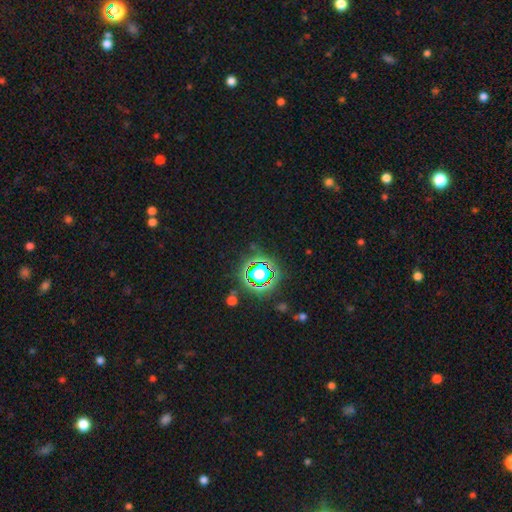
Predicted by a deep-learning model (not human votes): This is clearly a star or artifact rather than a galaxy (81%).